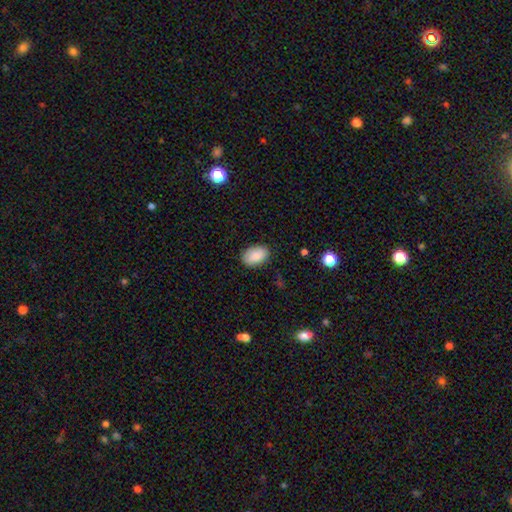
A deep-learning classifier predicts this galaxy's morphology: A smooth galaxy with no disk features (89%) that is in between round and cigar-shaped (90%).

Vote fractions:
- Smooth or featured? smooth: 89% / star or artifact: 7% / featured or disk: 5%
- How rounded? in between: 90% / round: 8% / cigar-shaped: 1%
- Merging? none: 86% / minor disturbance: 11% / major disturbance: 3% / merger: 1%